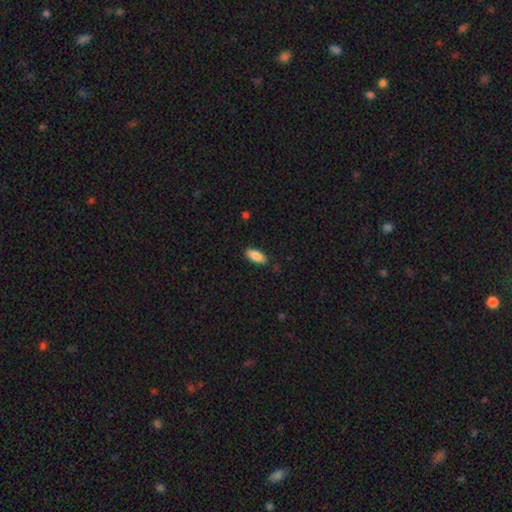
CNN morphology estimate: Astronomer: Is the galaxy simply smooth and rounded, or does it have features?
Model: smooth — 87%.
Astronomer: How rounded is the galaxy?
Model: in between — 84%.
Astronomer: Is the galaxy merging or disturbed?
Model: none — 85%.